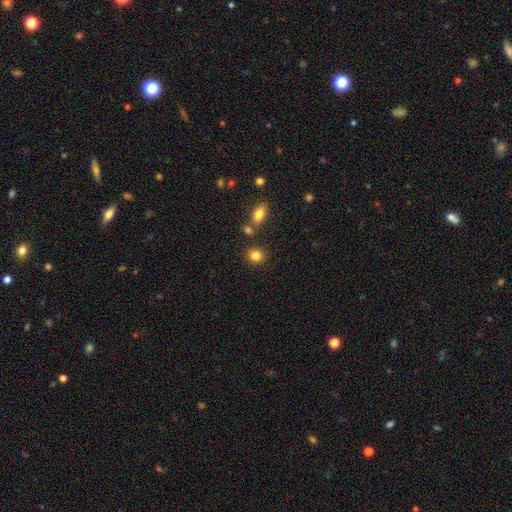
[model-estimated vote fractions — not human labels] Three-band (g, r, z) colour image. It shows a smooth galaxy with no disk features (84%) that is round (74%). Merging: none (81%).